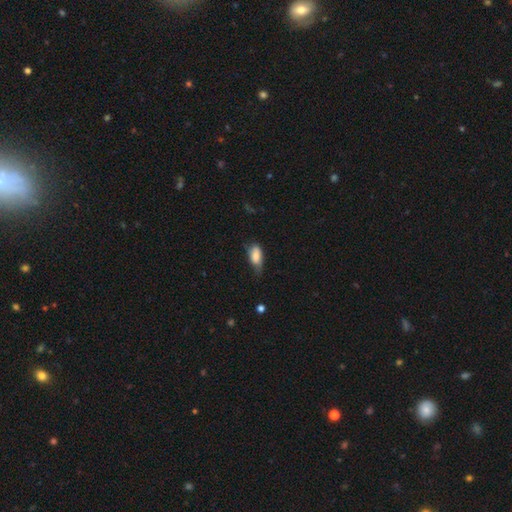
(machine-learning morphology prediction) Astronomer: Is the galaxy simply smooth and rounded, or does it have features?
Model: smooth — 81%.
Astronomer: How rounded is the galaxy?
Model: in between — 87%.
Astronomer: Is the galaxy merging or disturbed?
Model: minor disturbance — 44% (runner-up: none, 39%).